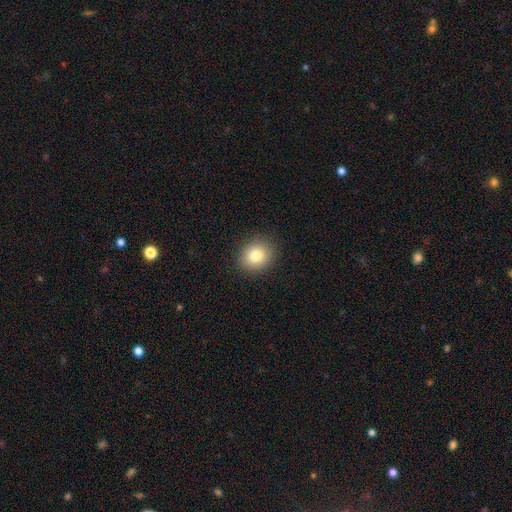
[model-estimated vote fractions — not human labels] smooth_or_featured: smooth (p=0.81) [alt: star or artifact p=0.10]
how_rounded: round (p=0.72) [alt: in between p=0.27]
merging: none (p=0.88) [alt: minor disturbance p=0.08]